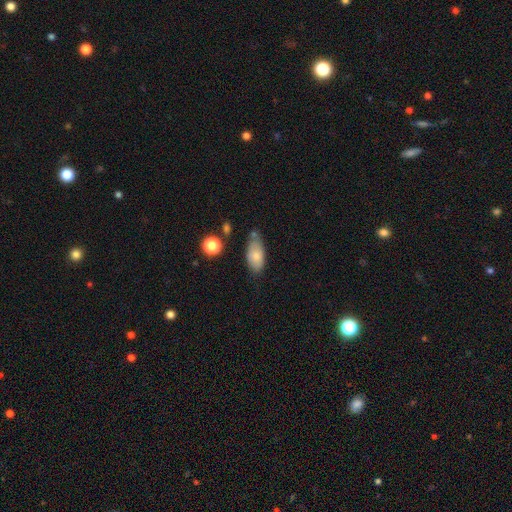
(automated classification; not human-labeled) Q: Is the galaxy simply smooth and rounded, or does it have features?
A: smooth — 79%.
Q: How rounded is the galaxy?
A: in between — 89%.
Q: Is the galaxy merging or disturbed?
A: none — 54%.